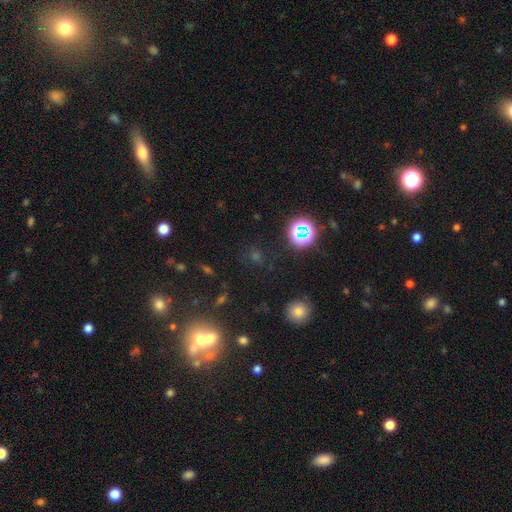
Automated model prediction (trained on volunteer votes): This appears to be a star or artifact, not a galaxy (51%).